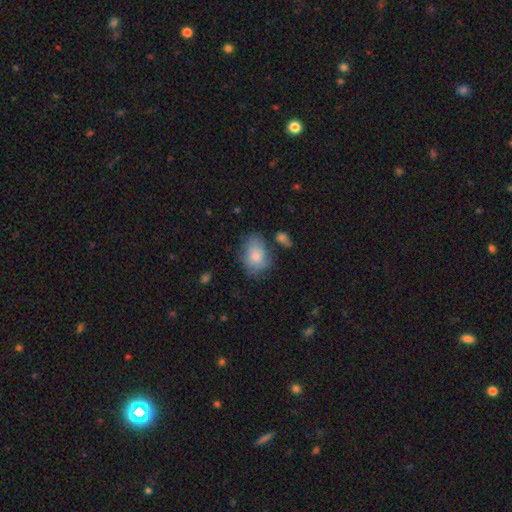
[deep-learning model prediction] Morphology: type=smooth (78%); roundness=in between (72%); merging=none (57%).